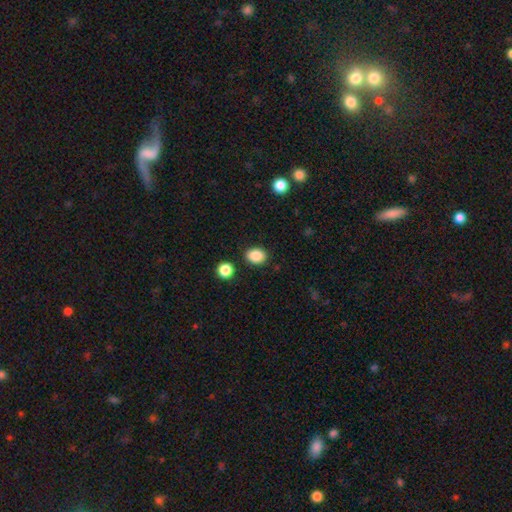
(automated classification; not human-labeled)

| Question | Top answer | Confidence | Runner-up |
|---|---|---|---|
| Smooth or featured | smooth | 87% | star or artifact (9%) |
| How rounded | in between | 57% | round (42%) |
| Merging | none | 86% | minor disturbance (8%) |